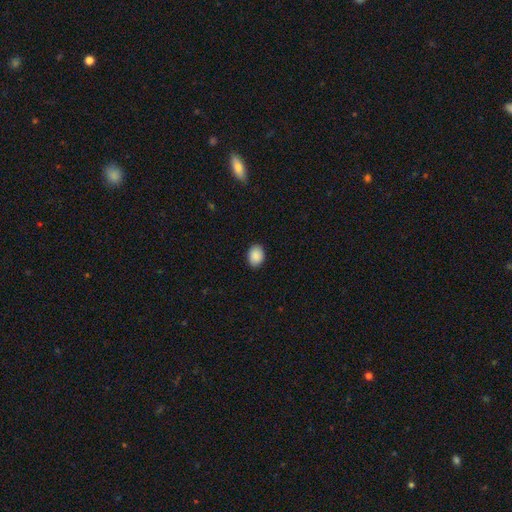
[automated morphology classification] smooth-or-featured: smooth: 90% | star or artifact: 7% | featured or disk: 3%
  how-rounded: in between: 70% | round: 29% | cigar-shaped: 1%
  merging: none: 89% | minor disturbance: 8% | major disturbance: 2% | merger: 1%